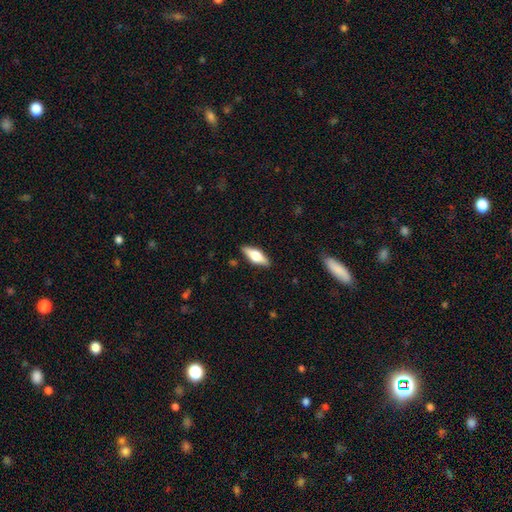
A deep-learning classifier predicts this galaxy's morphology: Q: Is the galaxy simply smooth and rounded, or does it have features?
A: smooth — 49%.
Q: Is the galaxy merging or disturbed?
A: none — 88%.